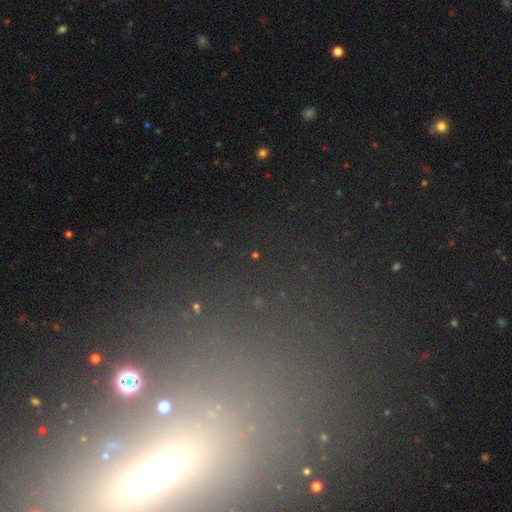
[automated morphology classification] Q: Smooth or featured?
A: star or artifact (70%); runner-up: smooth (19%)